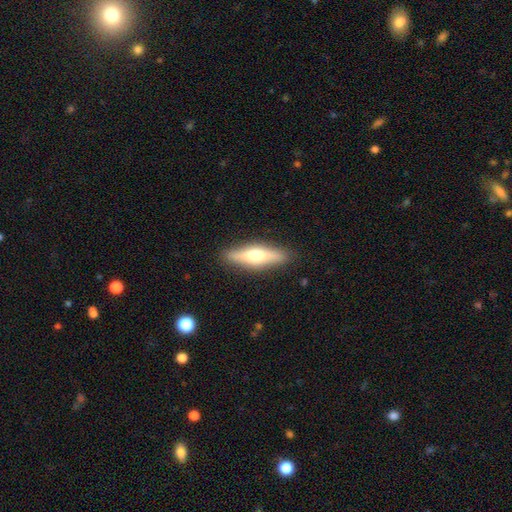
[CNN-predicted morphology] Smooth or featured? Predicted: smooth (p=0.50). How rounded? Predicted: cigar-shaped (p=0.68). Merging? Predicted: none (p=0.87).